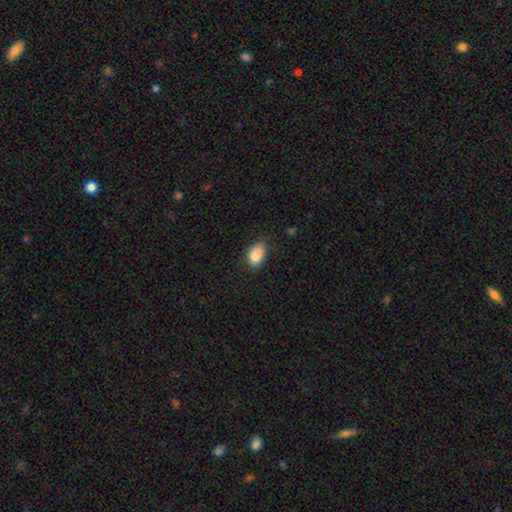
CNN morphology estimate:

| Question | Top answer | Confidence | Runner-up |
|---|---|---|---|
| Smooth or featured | smooth | 85% | star or artifact (8%) |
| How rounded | in between | 85% | round (14%) |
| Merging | none | 62% | minor disturbance (30%) |